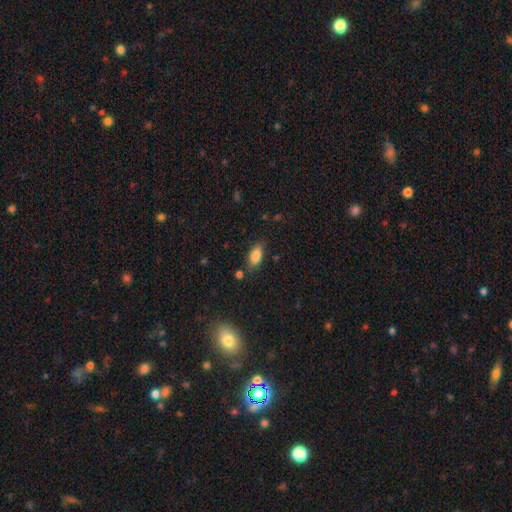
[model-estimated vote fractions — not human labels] smooth 84%, star or artifact 8%, featured or disk 8%. Down the decision tree: how rounded — in between (87%); merging — none (77%).